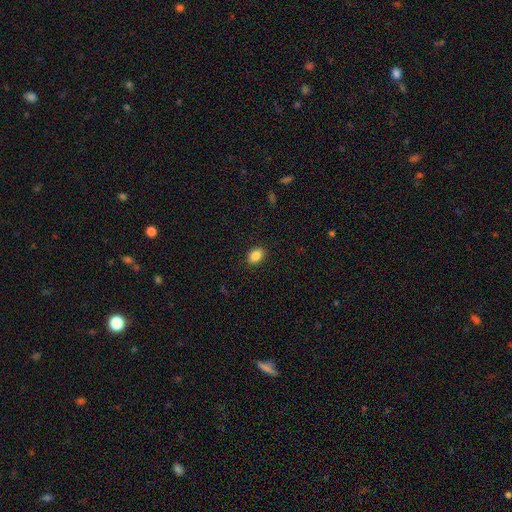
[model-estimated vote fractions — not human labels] Morphology: type=smooth (87%); roundness=in between (76%); merging=none (89%).